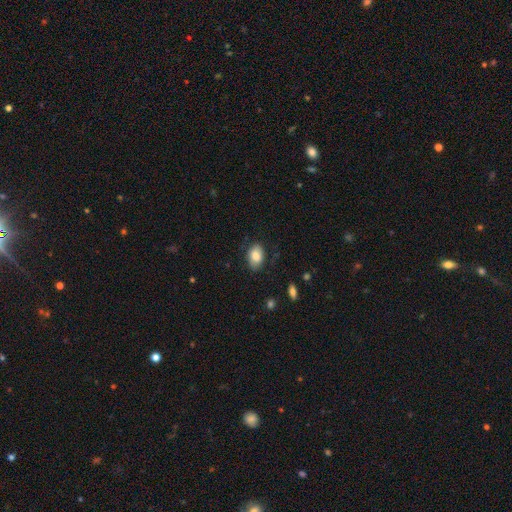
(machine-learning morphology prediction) Smooth or featured? Predicted: smooth (p=0.83). How rounded? Predicted: in between (p=0.86). Merging? Predicted: none (p=0.77).